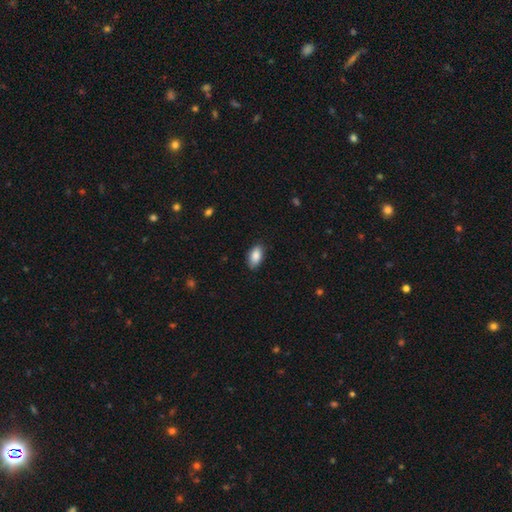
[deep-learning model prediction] A smooth galaxy with no disk features (88%) that is in between round and cigar-shaped (93%).

Vote fractions:
- Smooth or featured? smooth: 88% / star or artifact: 7% / featured or disk: 5%
- How rounded? in between: 93% / round: 4% / cigar-shaped: 3%
- Merging? none: 85% / minor disturbance: 12% / major disturbance: 2% / merger: 1%